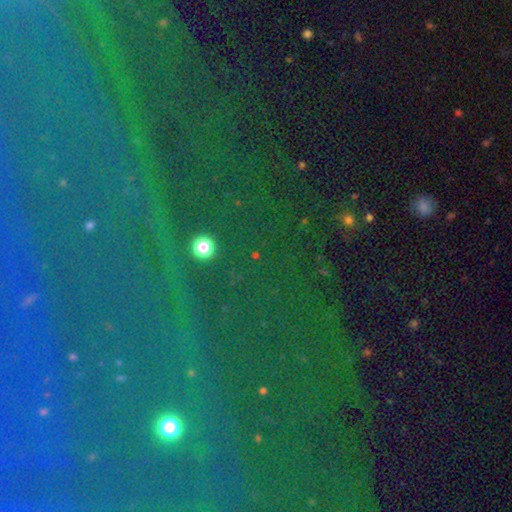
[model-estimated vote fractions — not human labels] smooth-or-featured: star or artifact: 59% | smooth: 34% | featured or disk: 8%